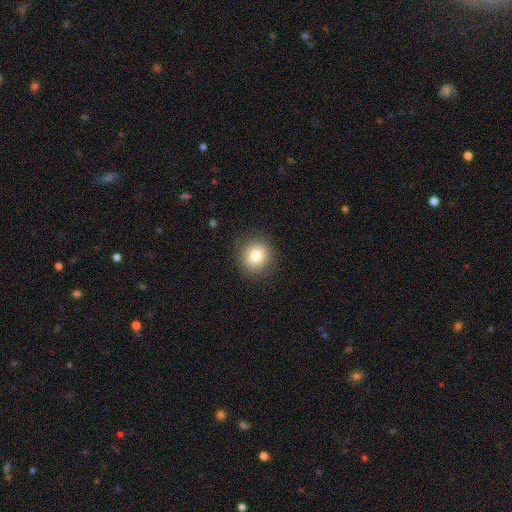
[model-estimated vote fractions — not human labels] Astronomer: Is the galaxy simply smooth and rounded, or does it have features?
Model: smooth — 80%.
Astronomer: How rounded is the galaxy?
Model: round — 87%.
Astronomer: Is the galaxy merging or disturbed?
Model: none — 87%.